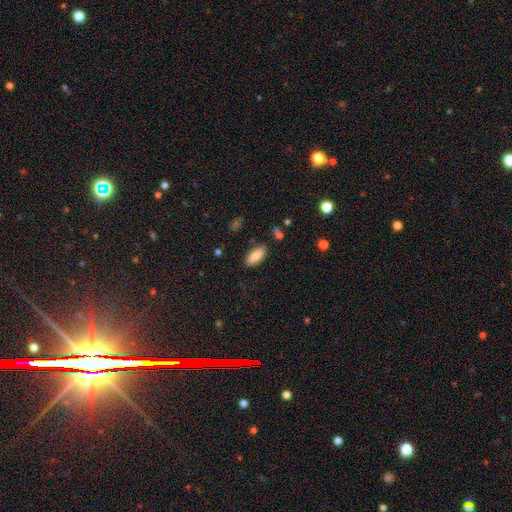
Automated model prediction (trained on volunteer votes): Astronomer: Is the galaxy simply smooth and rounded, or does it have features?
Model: smooth — 83%.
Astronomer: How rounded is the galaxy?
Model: in between — 85%.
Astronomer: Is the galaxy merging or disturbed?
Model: none — 85%.